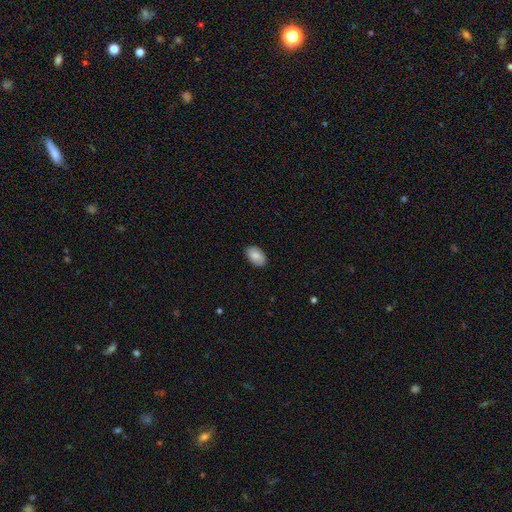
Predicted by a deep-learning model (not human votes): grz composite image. It shows a smooth galaxy with no disk features (82%) that is in between round and cigar-shaped (92%). Merging: none (87%).